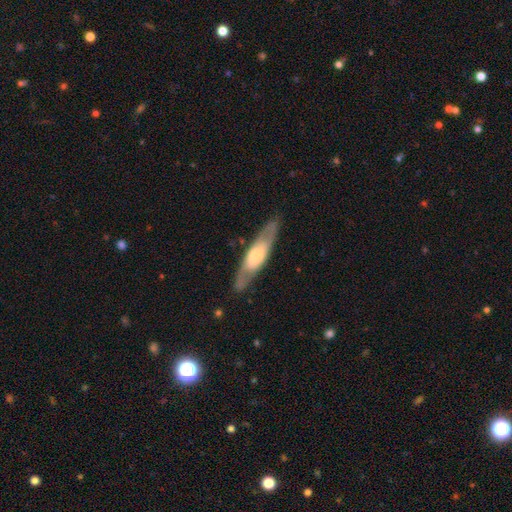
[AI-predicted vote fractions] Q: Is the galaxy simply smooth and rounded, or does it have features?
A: featured or disk — 57%.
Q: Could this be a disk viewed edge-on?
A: yes — 60%.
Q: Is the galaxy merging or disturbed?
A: none — 83%.